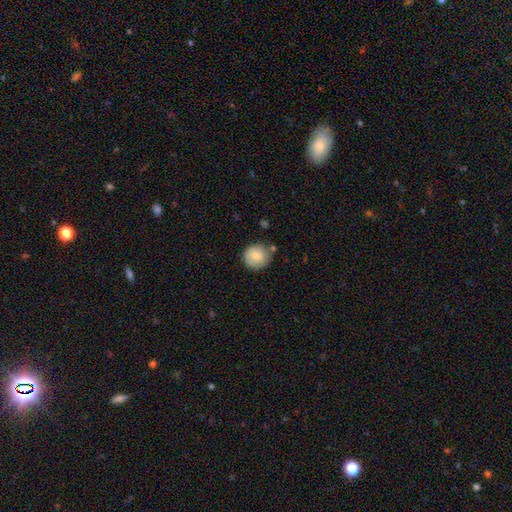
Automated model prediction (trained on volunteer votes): A smooth galaxy with no disk features (80%) that is round (90%).

Vote fractions:
- Smooth or featured? smooth: 80% / featured or disk: 13% / star or artifact: 7%
- How rounded? round: 90% / in between: 9% / cigar-shaped: 1%
- Merging? none: 72% / minor disturbance: 18% / merger: 6% / major disturbance: 4%